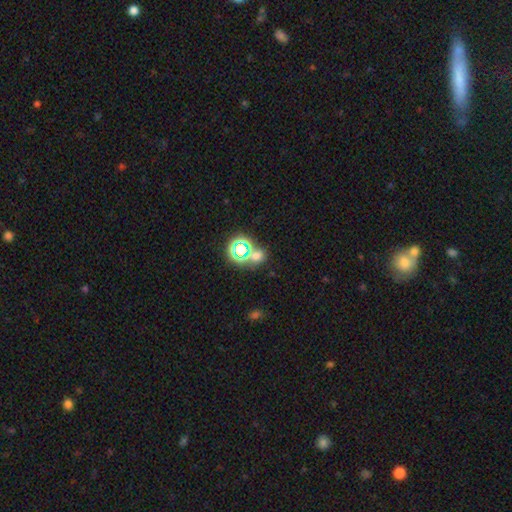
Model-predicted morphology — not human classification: A smooth galaxy with no disk features (50%). Merging: none (61%).